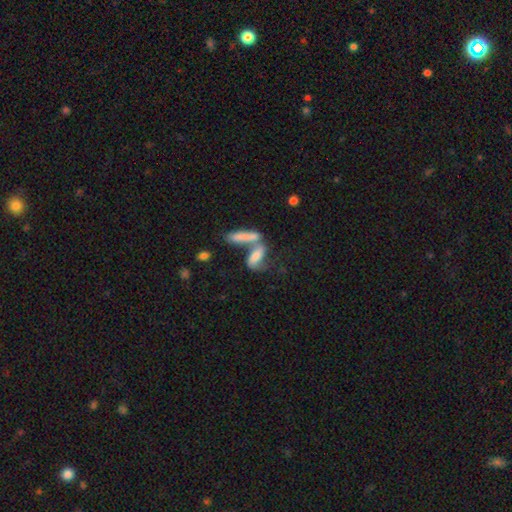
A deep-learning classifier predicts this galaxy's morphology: This appears to be a smooth galaxy with no disk features (57%) that is cigar-shaped (52%). Merging: merger (59%).